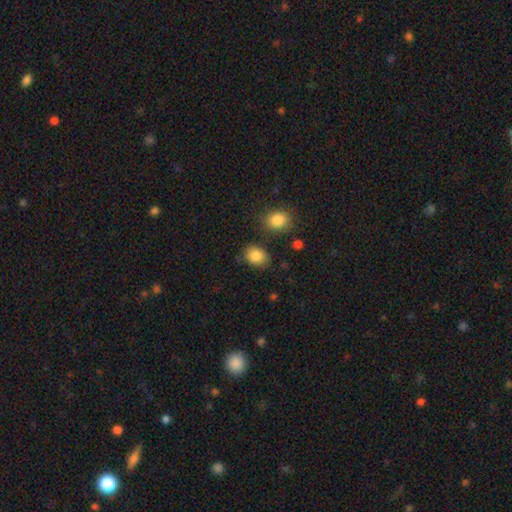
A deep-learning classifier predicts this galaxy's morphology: Smooth or featured: smooth — 86% (star or artifact — 9%)
How rounded: in between — 67% (round — 32%)
Merging: none — 78% (minor disturbance — 13%)